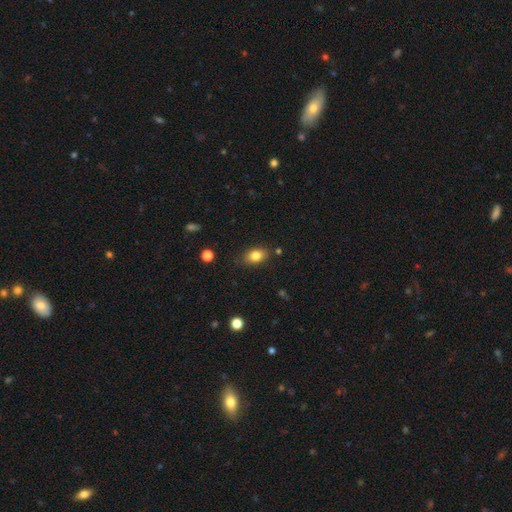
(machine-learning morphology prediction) Smooth or featured? Predicted: smooth (p=0.82). How rounded? Predicted: in between (p=0.79). Merging? Predicted: none (p=0.81).